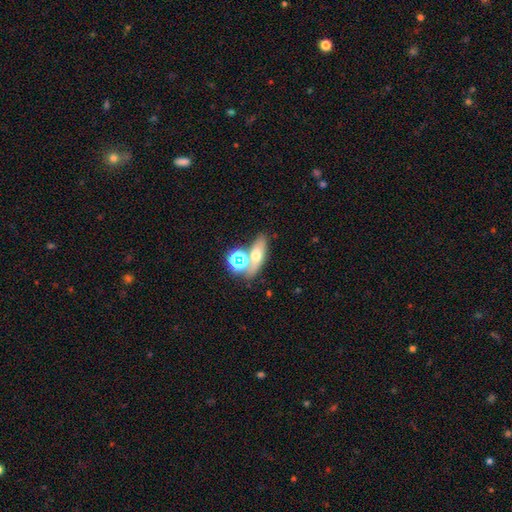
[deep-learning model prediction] A smooth galaxy with no disk features (53%) that is in between round and cigar-shaped (57%). Merging: none (54%).